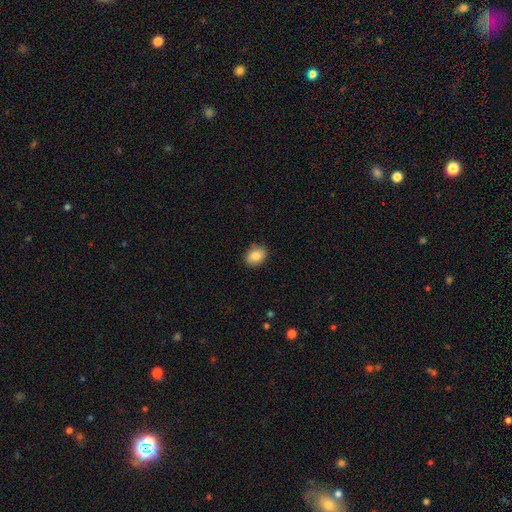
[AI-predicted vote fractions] Smooth or featured? smooth (85%)
How rounded? in between (64%)
Merging? none (85%)